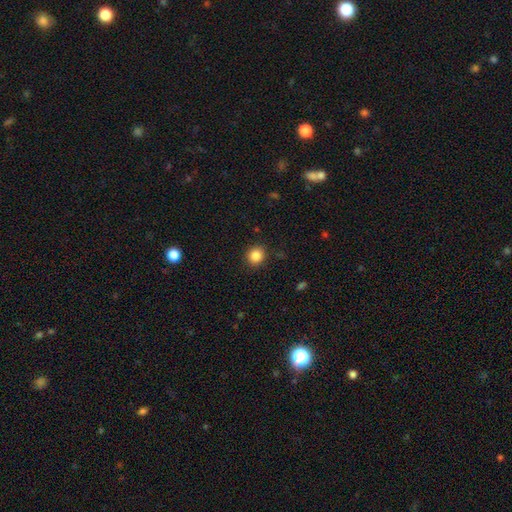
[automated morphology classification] Smooth or featured?
  - smooth: 85% *
  - star or artifact: 11%
  - featured or disk: 5%
How rounded?
  - round: 86% *
  - in between: 13%
  - cigar-shaped: 1%
Merging?
  - none: 90% *
  - minor disturbance: 7%
  - major disturbance: 2%
  - merger: 1%